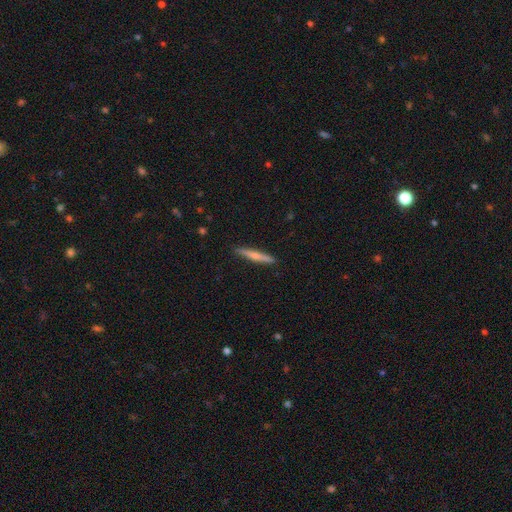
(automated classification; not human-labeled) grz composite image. It shows a smooth galaxy with no disk features (54%) that is cigar-shaped (95%). Merging: none (91%).